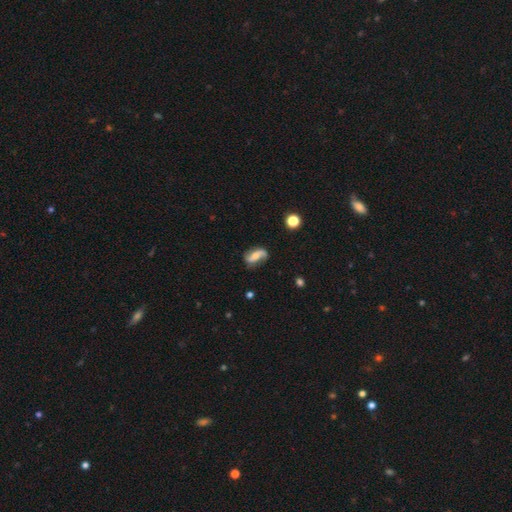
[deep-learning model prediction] A featured or disk galaxy (73%) with no bar (41%), 2 (88%) loose (68%) spiral arms (92%) and a moderate central bulge (48%).

Vote fractions:
- Smooth or featured? featured or disk: 73% / smooth: 20% / star or artifact: 7%
- Edge-on disk? no: 94% / yes: 6%
- Bar? no: 41% / weak: 33% / strong: 26%
- Spiral arms? yes: 92% / no: 8%
- Spiral winding? loose: 68% / medium: 23% / tight: 9%
- Spiral arm count? 2: 88% / 1: 5% / can't tell: 4% / 3: 1% / 4: 1% / more than 4: 1%
- Bulge size? moderate: 48% / small: 40% / none: 6% / large: 4% / dominant: 2%
- Merging? none: 71% / minor disturbance: 19% / major disturbance: 7% / merger: 3%